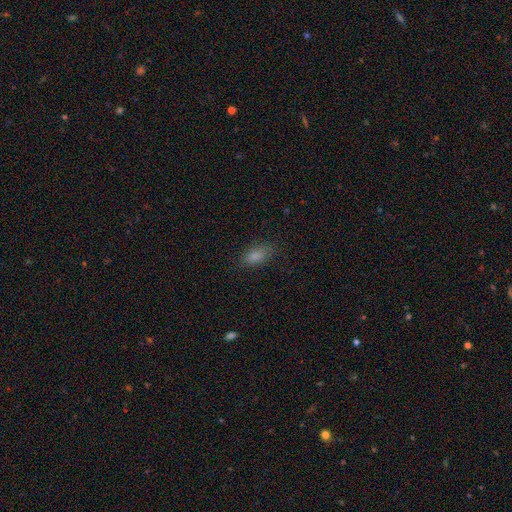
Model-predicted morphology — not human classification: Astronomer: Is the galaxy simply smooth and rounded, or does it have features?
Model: smooth — 82%.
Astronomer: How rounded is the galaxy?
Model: in between — 87%.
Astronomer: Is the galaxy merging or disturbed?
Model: none — 81%.